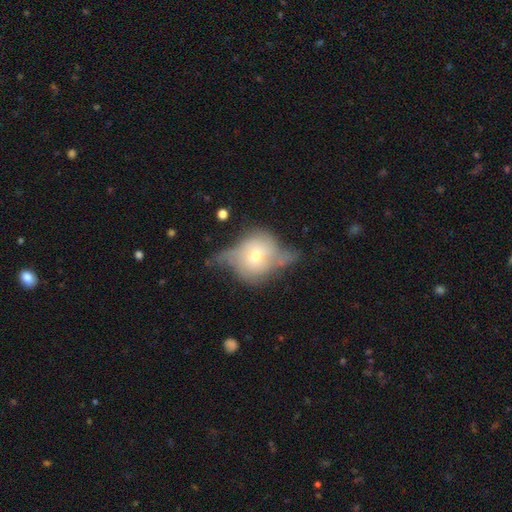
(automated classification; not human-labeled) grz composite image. It shows a featured or disk galaxy (48%). Merging: minor disturbance (31%, tied with none and major disturbance).